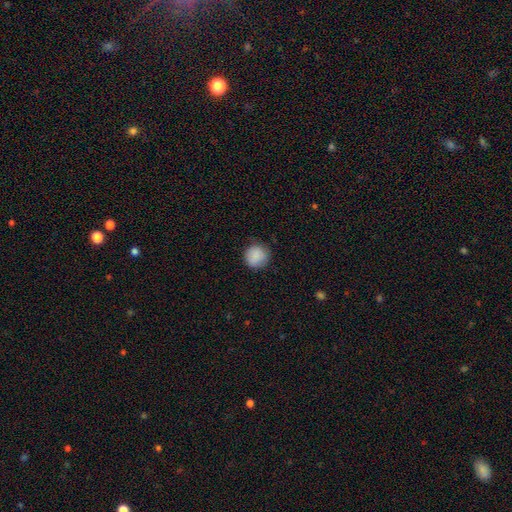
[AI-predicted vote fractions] Smooth or featured: smooth — 88% (star or artifact — 8%)
How rounded: round — 91% (in between — 8%)
Merging: none — 82% (minor disturbance — 13%)